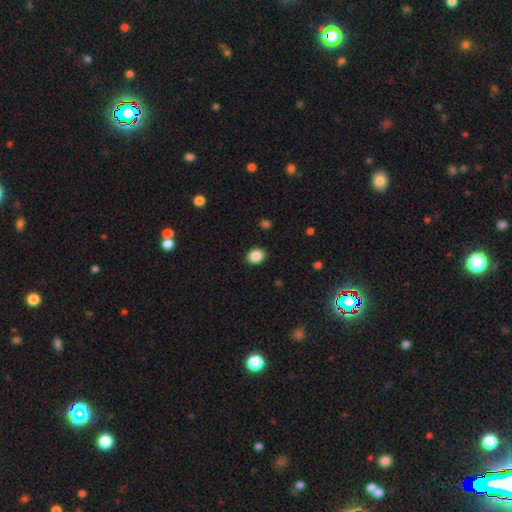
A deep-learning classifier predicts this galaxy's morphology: Smooth or featured: smooth — 87% (star or artifact — 9%)
How rounded: round — 56% (in between — 43%)
Merging: none — 90% (minor disturbance — 7%)